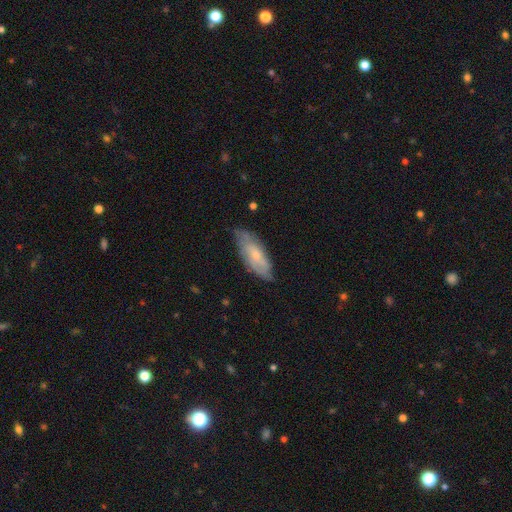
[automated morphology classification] This appears to be a smooth galaxy with no disk features (50%). Merging: none (66%).